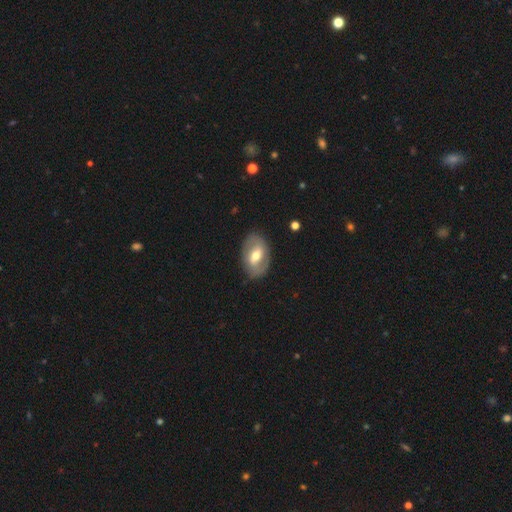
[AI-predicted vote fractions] smooth_or_featured: featured or disk (p=0.62) [alt: smooth p=0.32]
disk_edge_on: no (p=0.94) [alt: yes p=0.06]
bar: weak (p=0.45) [alt: strong p=0.31]
has_spiral_arms: yes (p=0.64) [alt: no p=0.36]
bulge_size: moderate (p=0.71) [alt: small p=0.17]
merging: none (p=0.84) [alt: minor disturbance p=0.11]